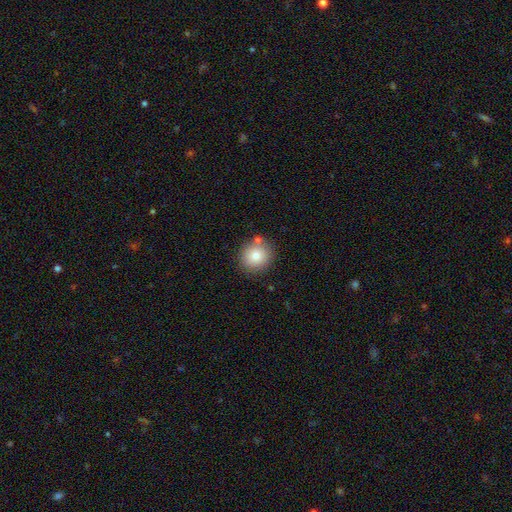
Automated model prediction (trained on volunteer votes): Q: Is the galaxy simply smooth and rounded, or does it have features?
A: smooth — 79%.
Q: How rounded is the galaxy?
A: round — 88%.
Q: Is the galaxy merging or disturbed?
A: none — 80%.